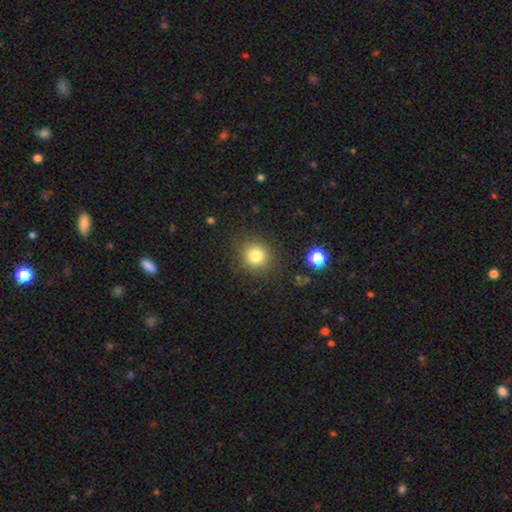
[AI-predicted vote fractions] Smooth or featured? smooth (80%)
How rounded? round (87%)
Merging? none (87%)